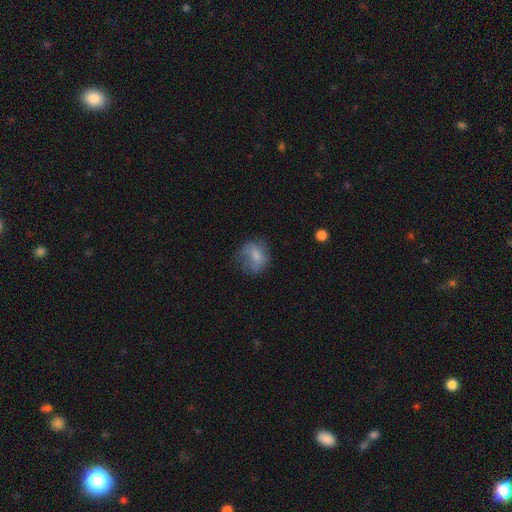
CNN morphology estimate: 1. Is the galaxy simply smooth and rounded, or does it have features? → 64% smooth, 26% featured or disk, 10% star or artifact.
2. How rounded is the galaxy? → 61% round, 38% in between, 1% cigar-shaped.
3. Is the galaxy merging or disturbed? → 48% none, 27% minor disturbance, 23% major disturbance, 2% merger.